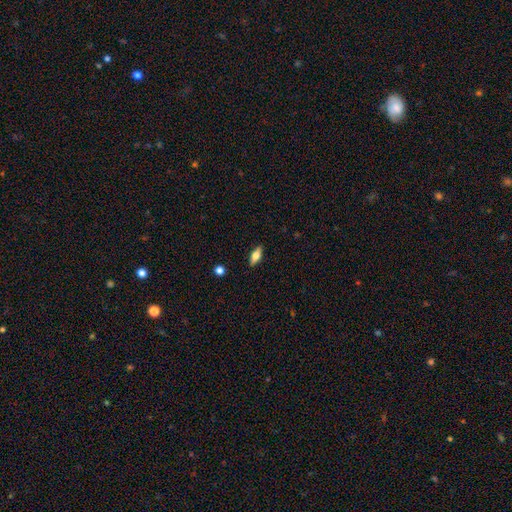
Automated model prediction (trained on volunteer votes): This appears to be a smooth galaxy with no disk features (54%) that is in between round and cigar-shaped (71%). Merging: none (88%).